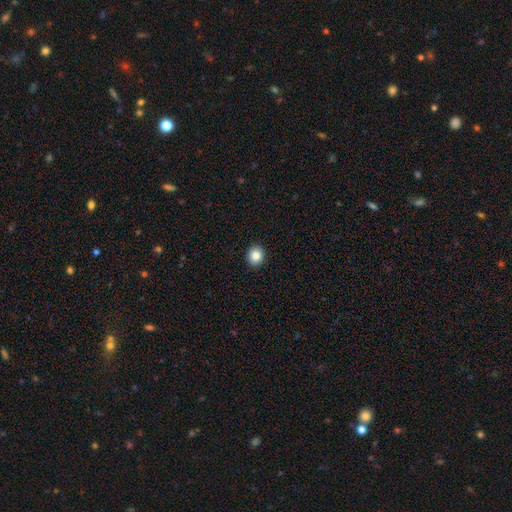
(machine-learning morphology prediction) Smooth or featured: smooth — 83% (star or artifact — 9%)
How rounded: round — 75% (in between — 24%)
Merging: none — 92% (minor disturbance — 5%)